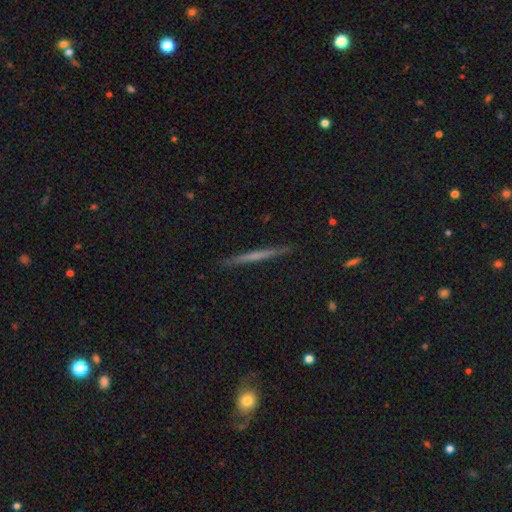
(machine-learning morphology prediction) Smooth or featured? featured or disk (53%)
Edge-on disk? yes (97%)
Edge-on bulge? none (80%)
Merging? none (91%)